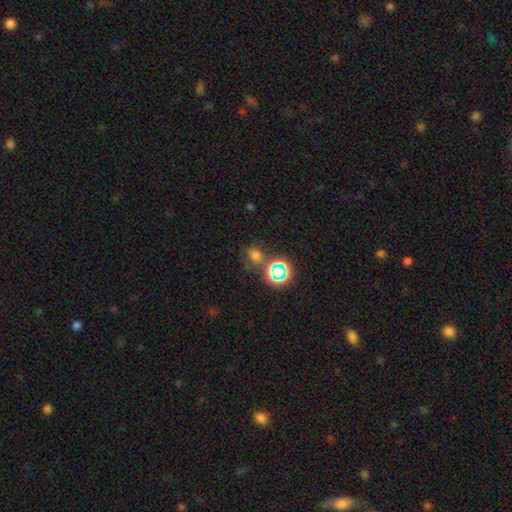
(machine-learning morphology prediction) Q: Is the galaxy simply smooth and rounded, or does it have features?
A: smooth — 55%.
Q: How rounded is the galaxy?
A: round — 60%.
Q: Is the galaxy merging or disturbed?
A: none — 62%.